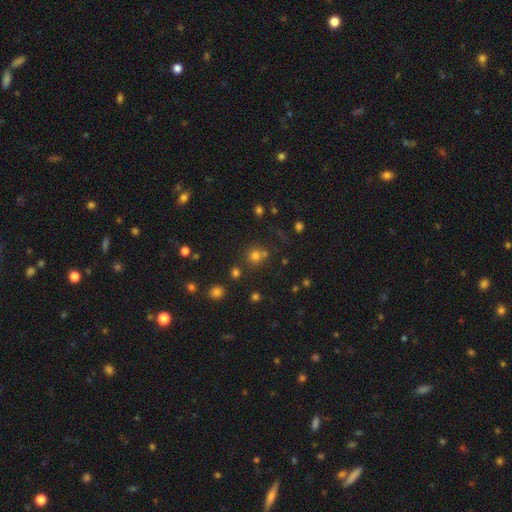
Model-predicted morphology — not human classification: smooth 68%, star or artifact 24%, featured or disk 9%. Down the decision tree: how rounded — round (89%); merging — none (64%).